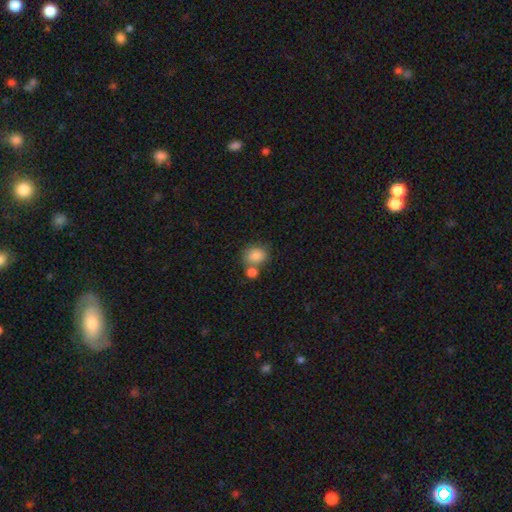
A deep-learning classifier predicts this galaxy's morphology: A smooth galaxy with no disk features (84%) that is round (64%).

Vote fractions:
- Smooth or featured? smooth: 84% / star or artifact: 9% / featured or disk: 8%
- How rounded? round: 64% / in between: 35% / cigar-shaped: 1%
- Merging? none: 49% / merger: 33% / minor disturbance: 13% / major disturbance: 5%